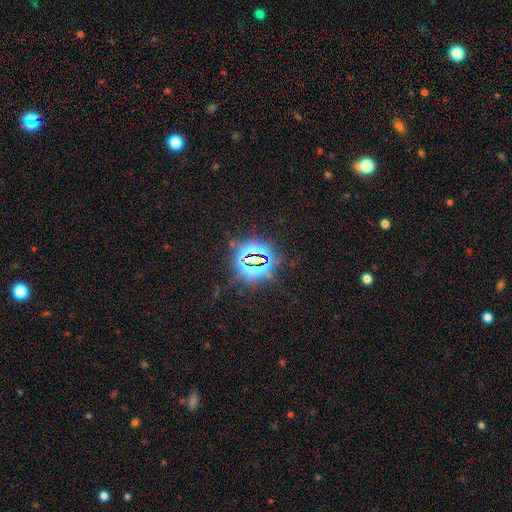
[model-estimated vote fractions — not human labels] star or artifact 83%, smooth 9%, featured or disk 7%.